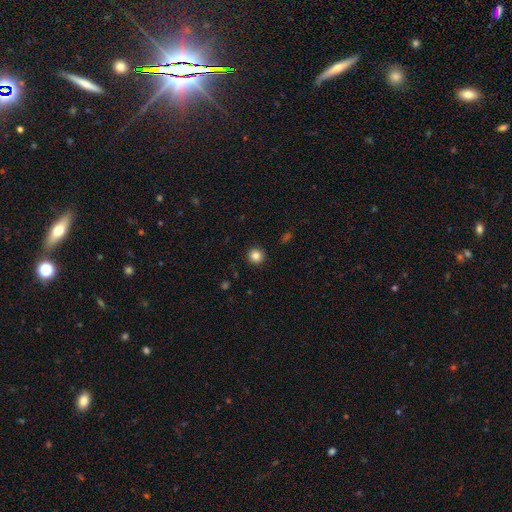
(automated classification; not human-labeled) Smooth or featured? Predicted: smooth (p=0.84). How rounded? Predicted: round (p=0.95). Merging? Predicted: none (p=0.93).